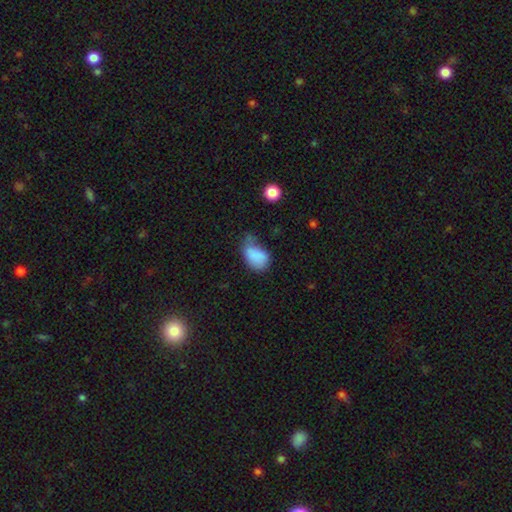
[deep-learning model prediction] This appears to be a smooth galaxy with no disk features (83%) that is in between round and cigar-shaped (87%). Merging: minor disturbance (41%).